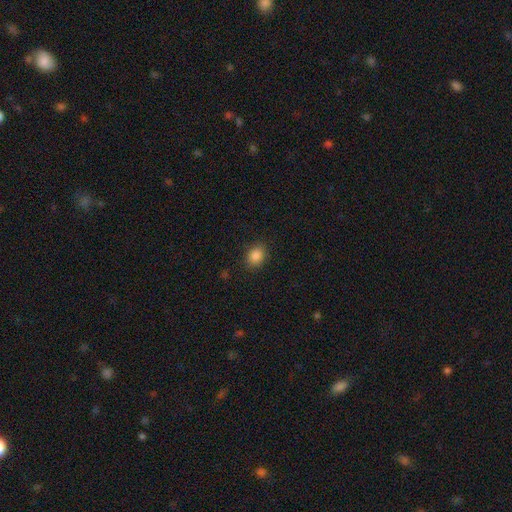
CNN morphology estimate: This is clearly a smooth galaxy (86%). How rounded: possibly in between (55%). Merging: clearly none (86%).